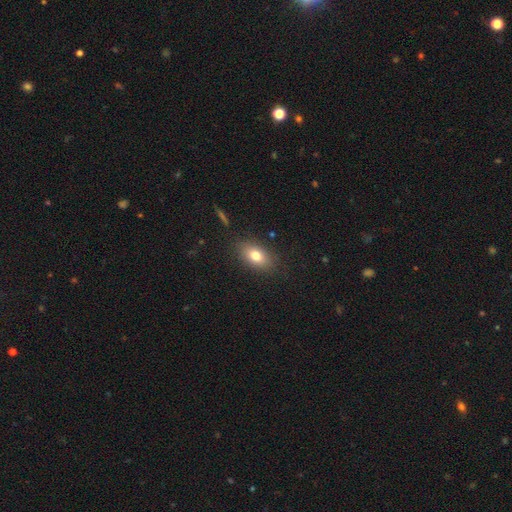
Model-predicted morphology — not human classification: Smooth or featured? Predicted: smooth (p=0.77). How rounded? Predicted: in between (p=0.84). Merging? Predicted: none (p=0.85).